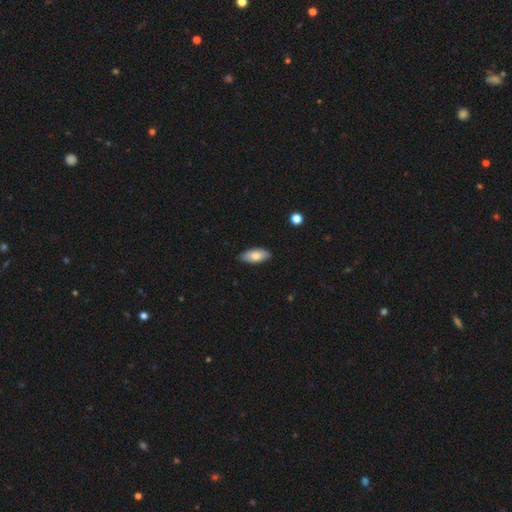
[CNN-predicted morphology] smooth 78%, featured or disk 16%, star or artifact 6%. Down the decision tree: how rounded — in between (87%); merging — none (86%).